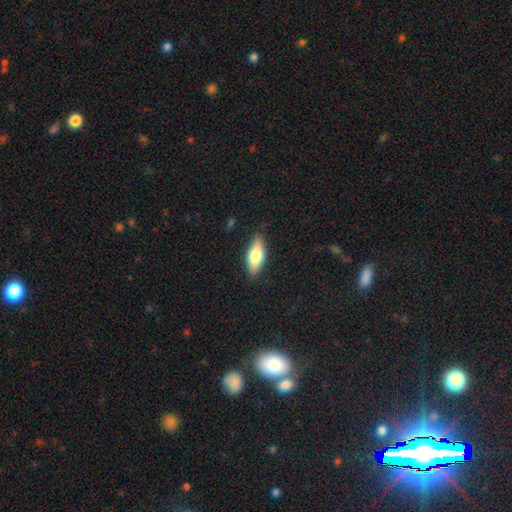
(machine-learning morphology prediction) Q: Smooth or featured?
A: smooth (70%); runner-up: featured or disk (24%)
Q: How rounded?
A: in between (77%); runner-up: cigar-shaped (20%)
Q: Merging?
A: none (85%); runner-up: minor disturbance (12%)